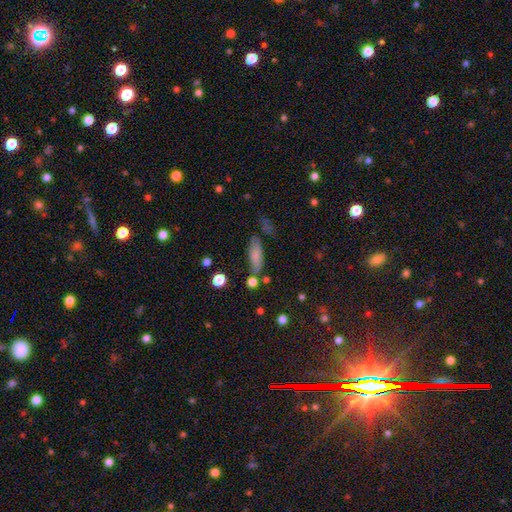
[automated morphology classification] Q: Smooth or featured?
A: smooth (77%); runner-up: featured or disk (13%)
Q: How rounded?
A: in between (58%); runner-up: cigar-shaped (38%)
Q: Merging?
A: none (64%); runner-up: minor disturbance (19%)